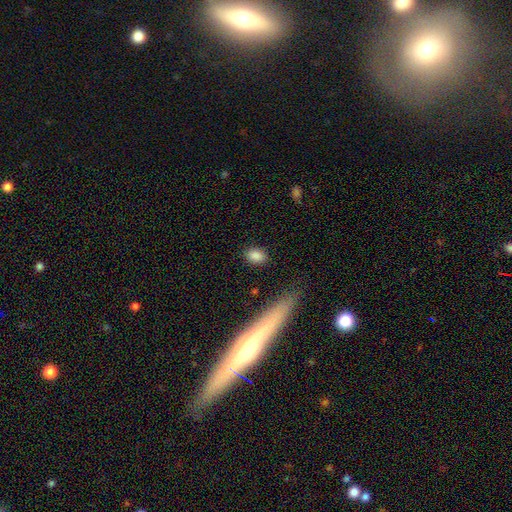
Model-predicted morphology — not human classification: smooth-or-featured: smooth: 86% | star or artifact: 9% | featured or disk: 5%
  how-rounded: in between: 72% | round: 26% | cigar-shaped: 2%
  merging: none: 85% | minor disturbance: 10% | major disturbance: 3% | merger: 2%